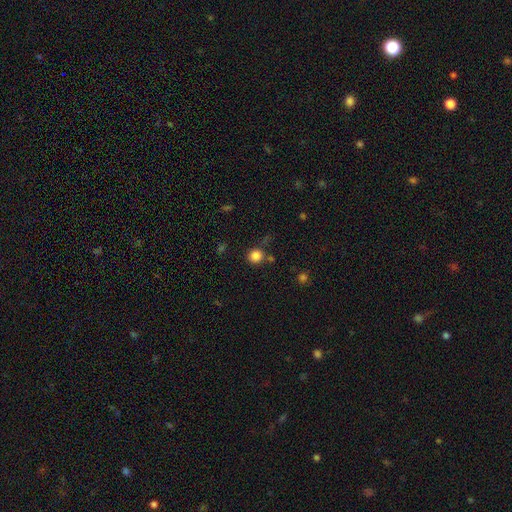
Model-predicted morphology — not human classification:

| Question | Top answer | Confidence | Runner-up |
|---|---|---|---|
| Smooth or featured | smooth | 84% | star or artifact (12%) |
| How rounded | round | 91% | in between (8%) |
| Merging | none | 77% | minor disturbance (11%) |